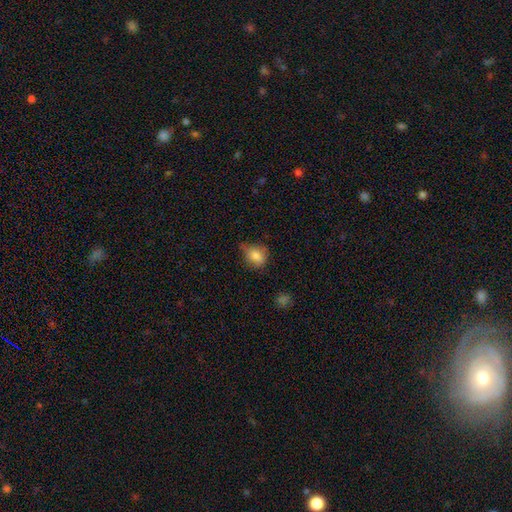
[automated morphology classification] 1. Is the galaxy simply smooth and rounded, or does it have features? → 81% smooth, 10% featured or disk, 9% star or artifact.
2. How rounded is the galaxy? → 57% round, 42% in between, 1% cigar-shaped.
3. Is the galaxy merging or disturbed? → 54% none, 35% minor disturbance, 9% major disturbance, 2% merger.